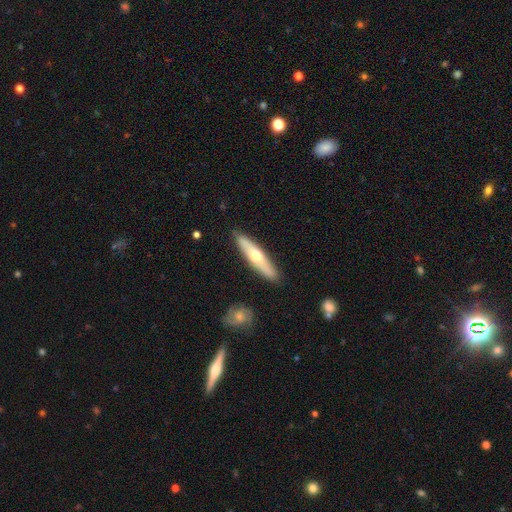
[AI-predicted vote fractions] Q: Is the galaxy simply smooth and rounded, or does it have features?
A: featured or disk — 49%.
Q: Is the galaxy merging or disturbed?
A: none — 88%.